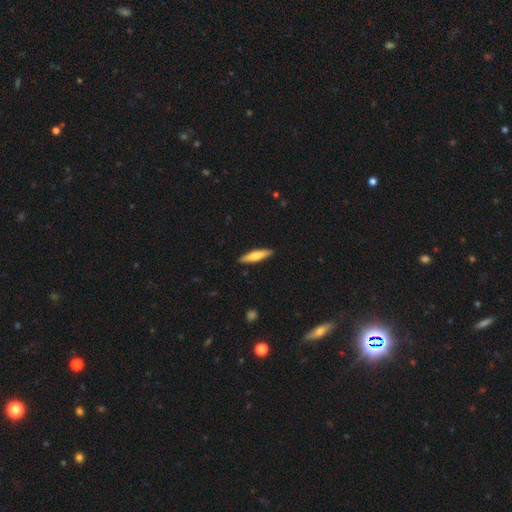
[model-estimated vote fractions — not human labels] Smooth or featured: smooth — 61% (featured or disk — 34%)
How rounded: cigar-shaped — 81% (in between — 18%)
Merging: none — 90% (minor disturbance — 7%)